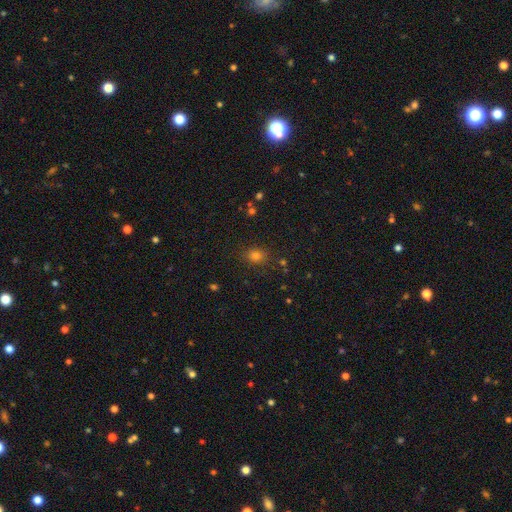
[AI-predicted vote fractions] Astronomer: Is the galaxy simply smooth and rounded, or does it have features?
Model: smooth — 73%.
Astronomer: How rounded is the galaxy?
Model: round — 60% (runner-up: in between, 39%).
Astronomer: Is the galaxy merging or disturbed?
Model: none — 85%.